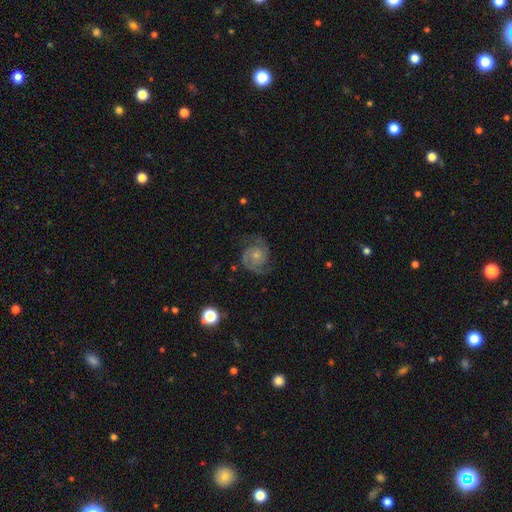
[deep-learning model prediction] Q: Smooth or featured?
A: featured or disk (86%); runner-up: smooth (8%)
Q: Edge-on disk?
A: no (98%); runner-up: yes (2%)
Q: Bar?
A: no (75%); runner-up: weak (21%)
Q: Spiral arms?
A: yes (97%); runner-up: no (3%)
Q: Spiral winding?
A: medium (47%); runner-up: tight (40%)
Q: Spiral arm count?
A: 2 (90%); runner-up: can't tell (3%)
Q: Bulge size?
A: small (59%); runner-up: moderate (32%)
Q: Merging?
A: none (75%); runner-up: minor disturbance (16%)